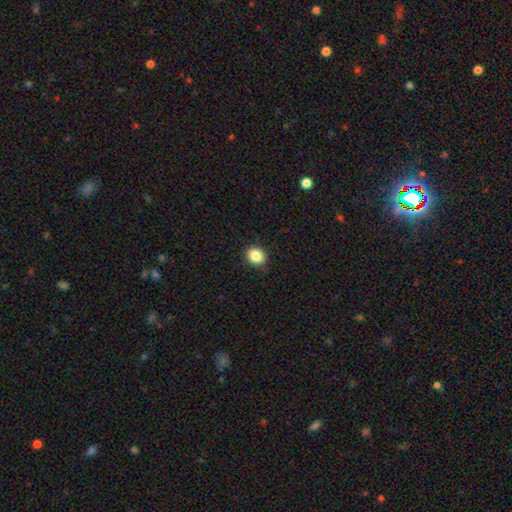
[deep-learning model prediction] smooth-or-featured: smooth: 86% | star or artifact: 9% | featured or disk: 4%
  how-rounded: round: 52% | in between: 47% | cigar-shaped: 1%
  merging: none: 88% | minor disturbance: 9% | major disturbance: 2% | merger: 1%